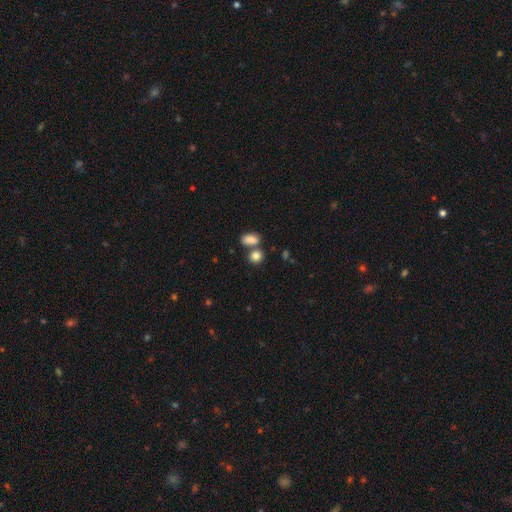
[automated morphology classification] Smooth or featured? smooth (85%)
How rounded? round (50%)
Merging? none (53%)